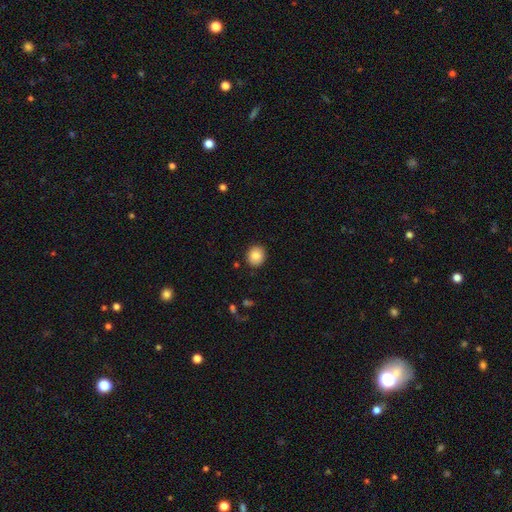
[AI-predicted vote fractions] Overall: smooth (86%). How rounded: round (79%). Merging: none (90%).